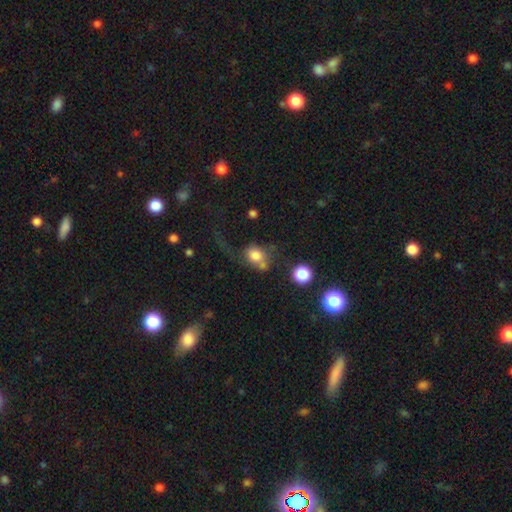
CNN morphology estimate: Smooth or featured? smooth (75%)
How rounded? round (58%)
Merging? none (34%)